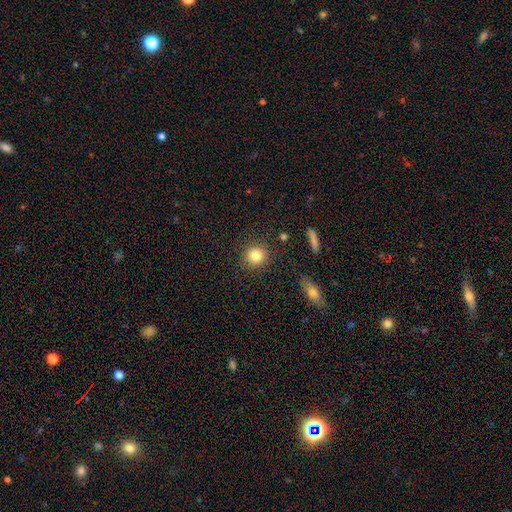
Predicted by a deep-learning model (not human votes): Q: Smooth or featured?
A: smooth (84%); runner-up: star or artifact (10%)
Q: How rounded?
A: round (89%); runner-up: in between (9%)
Q: Merging?
A: none (88%); runner-up: minor disturbance (7%)